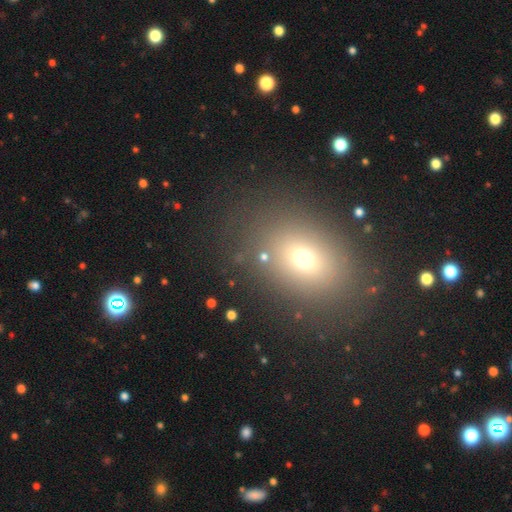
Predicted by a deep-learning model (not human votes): The model was most divided on "how rounded": in between: 62%, round: 36%, cigar-shaped: 2%. More confident: merging — none (84%); smooth or featured — smooth (61%).